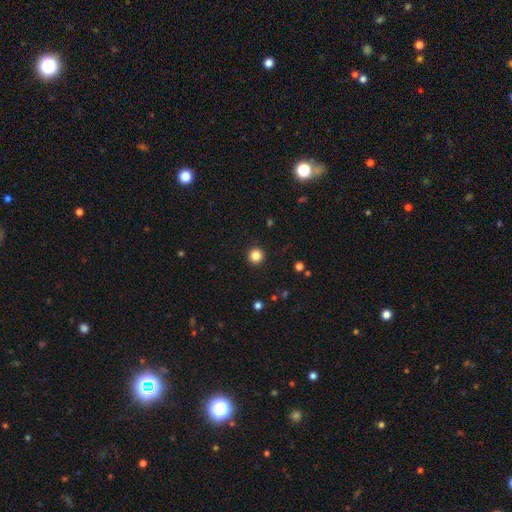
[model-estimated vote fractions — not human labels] This appears to be a smooth galaxy with no disk features (84%) that is round (95%). Merging: none (93%).